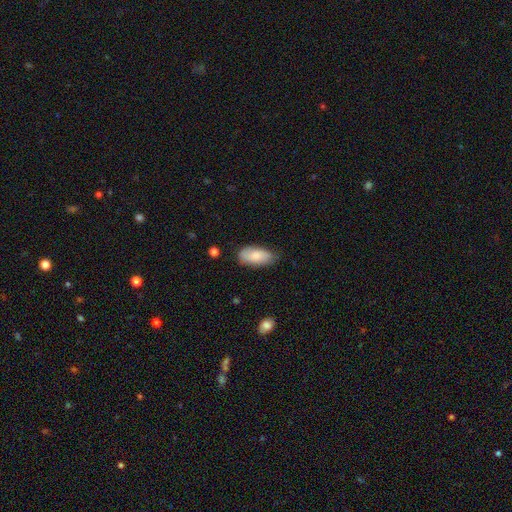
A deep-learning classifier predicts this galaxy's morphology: Smooth or featured? smooth (79%)
How rounded? in between (90%)
Merging? none (74%)